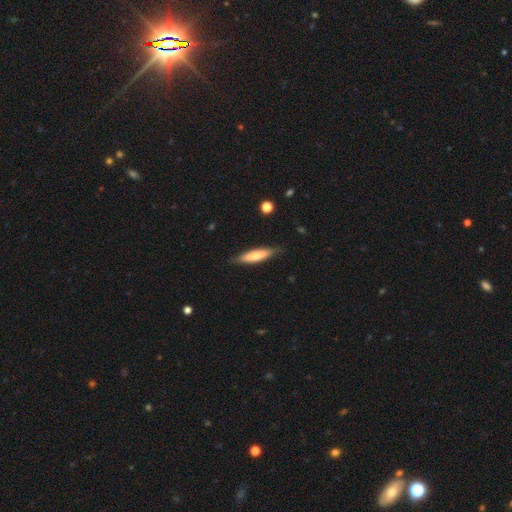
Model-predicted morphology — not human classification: A smooth galaxy with no disk features (66%) that is cigar-shaped (74%). Merging: none (81%).